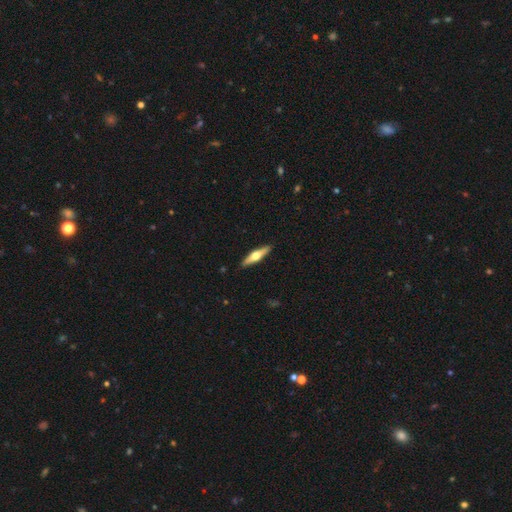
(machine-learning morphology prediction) Overall: featured or disk (61%; smooth 34%). Edge-on disk: yes (96%). Edge-on bulge: rounded (95%). Merging: none (91%).